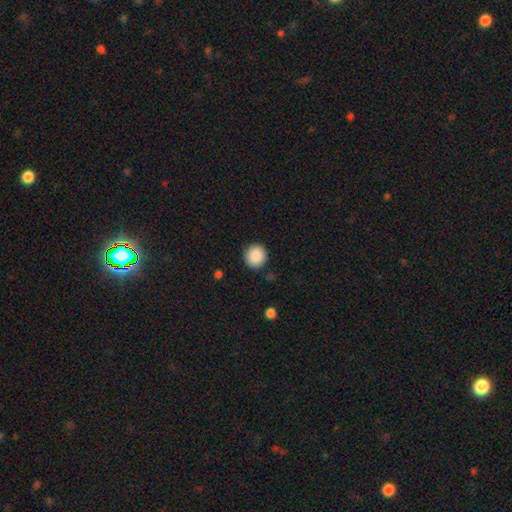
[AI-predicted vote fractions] A smooth galaxy with no disk features (88%) that is round (93%). Merging: none (90%).